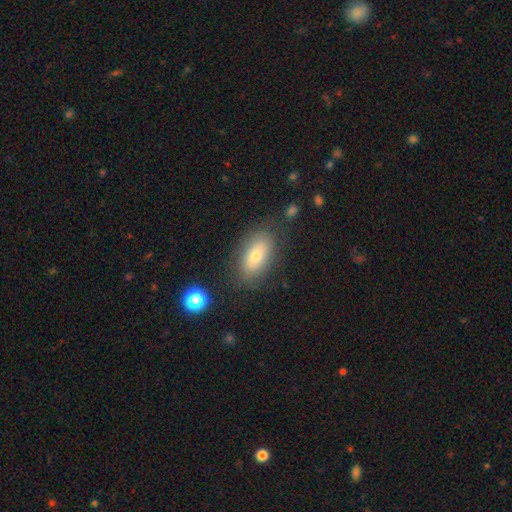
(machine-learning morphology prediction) Smooth or featured? Predicted: smooth (p=0.72). How rounded? Predicted: in between (p=0.89). Merging? Predicted: none (p=0.79).